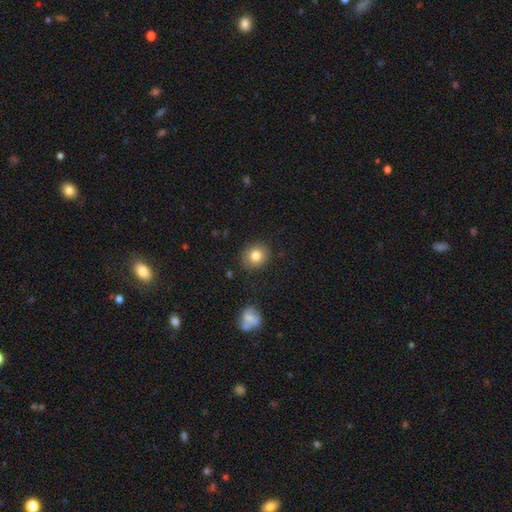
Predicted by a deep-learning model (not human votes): Overall: smooth (81%). How rounded: round (79%). Merging: none (85%).